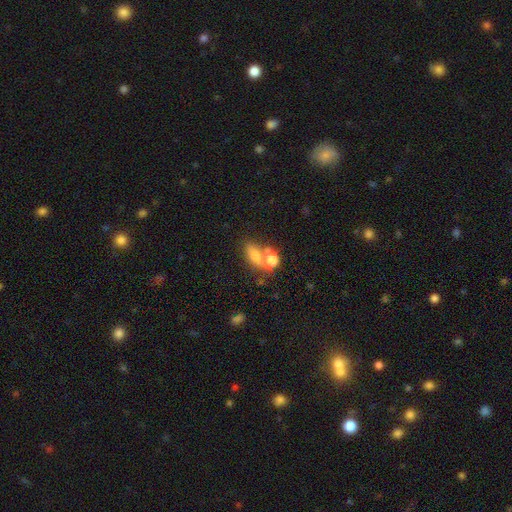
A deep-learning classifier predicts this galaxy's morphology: smooth-or-featured: smooth: 71% | star or artifact: 17% | featured or disk: 12%
  how-rounded: in between: 66% | round: 25% | cigar-shaped: 9%
  merging: none: 43% | merger: 35% | minor disturbance: 13% | major disturbance: 9%